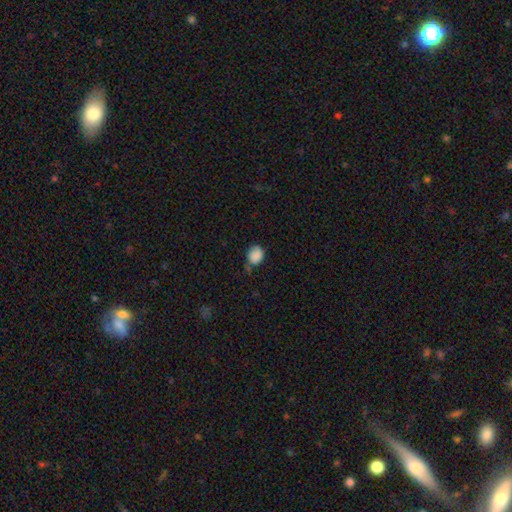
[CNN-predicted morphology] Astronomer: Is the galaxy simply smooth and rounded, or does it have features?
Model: smooth — 87%.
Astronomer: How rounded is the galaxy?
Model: round — 55% (runner-up: in between, 44%).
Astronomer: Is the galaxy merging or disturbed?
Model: none — 57%.